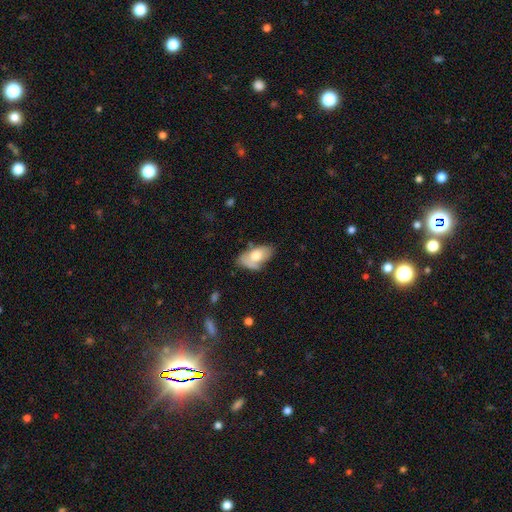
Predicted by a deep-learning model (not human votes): Morphology: type=smooth (64%); roundness=in between (92%); merging=none (40%).